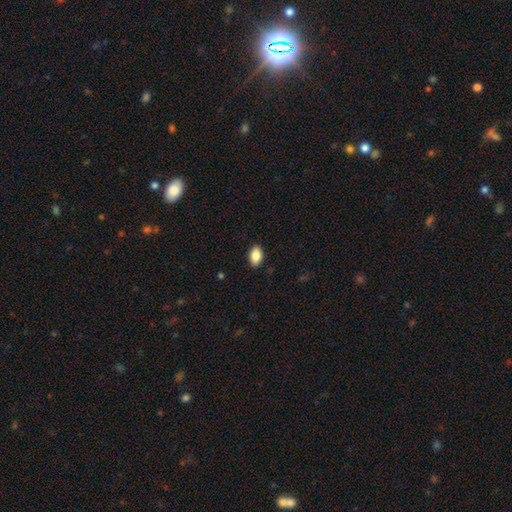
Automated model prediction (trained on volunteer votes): smooth 87%, star or artifact 7%, featured or disk 6%. Down the decision tree: how rounded — in between (89%); merging — none (89%).